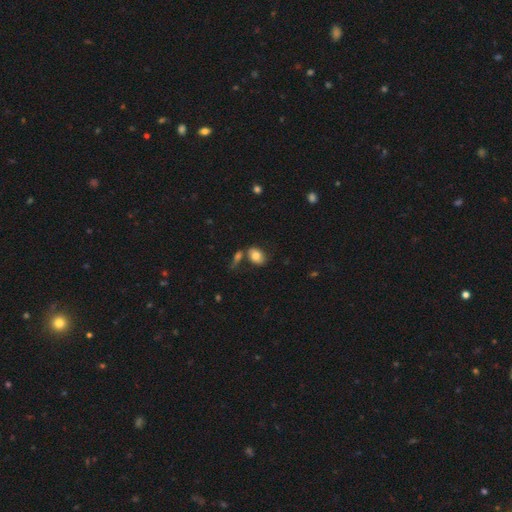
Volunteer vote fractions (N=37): Q: Smooth or featured?
A: smooth (76%); runner-up: featured or disk (19%)
Q: How rounded?
A: in between (86%); runner-up: round (14%)
Q: Merging?
A: none (57%); runner-up: minor disturbance (20%)